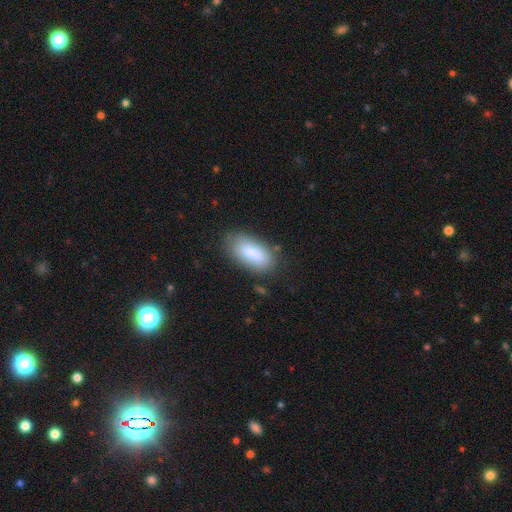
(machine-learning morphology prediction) Q: Smooth or featured?
A: smooth (81%); runner-up: featured or disk (11%)
Q: How rounded?
A: in between (90%); runner-up: cigar-shaped (7%)
Q: Merging?
A: none (77%); runner-up: minor disturbance (17%)